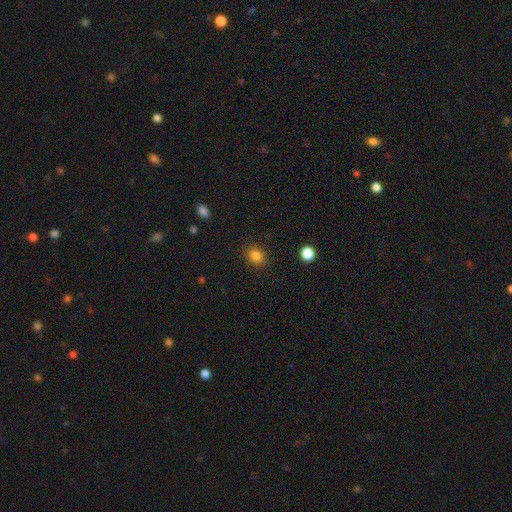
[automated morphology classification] Q: Smooth or featured?
A: smooth (83%); runner-up: star or artifact (12%)
Q: How rounded?
A: round (63%); runner-up: in between (36%)
Q: Merging?
A: none (89%); runner-up: minor disturbance (8%)